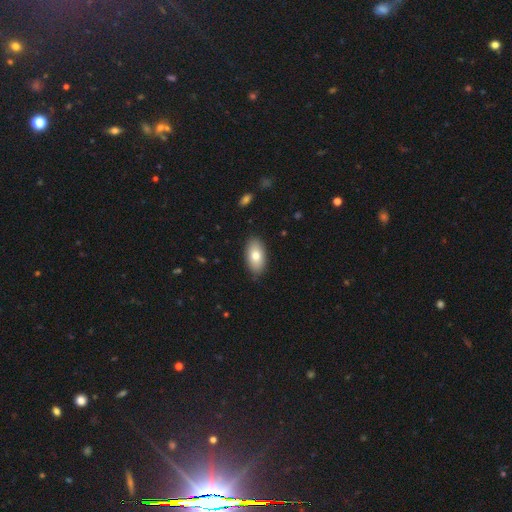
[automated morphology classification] smooth 76%, featured or disk 17%, star or artifact 7%. Down the decision tree: how rounded — in between (93%); merging — none (86%).